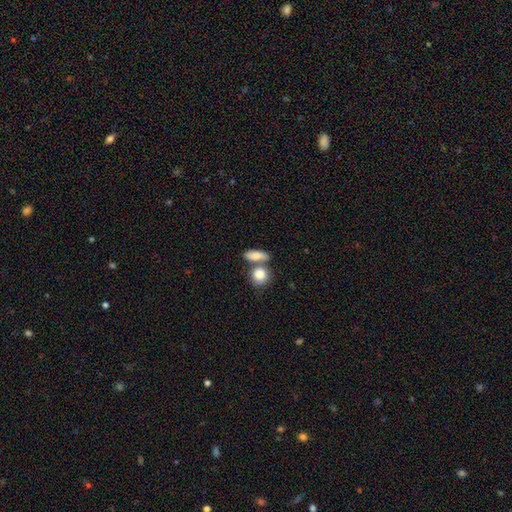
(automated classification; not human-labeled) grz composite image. It shows a smooth galaxy with no disk features (81%) that is in between round and cigar-shaped (63%). Merging: none (49%).